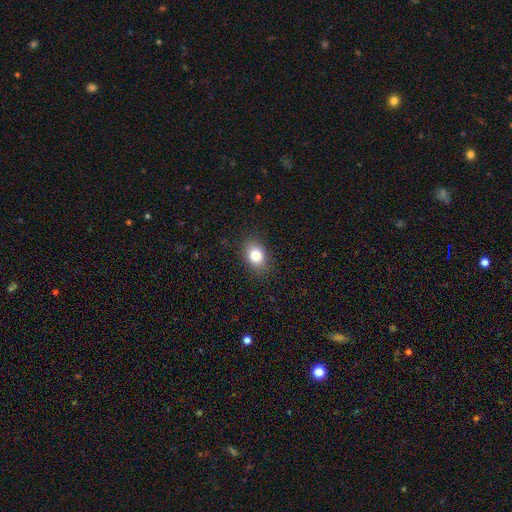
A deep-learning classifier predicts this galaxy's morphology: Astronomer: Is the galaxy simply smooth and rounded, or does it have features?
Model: smooth — 82%.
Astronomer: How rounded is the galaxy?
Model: in between — 66%.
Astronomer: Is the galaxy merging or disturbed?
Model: none — 86%.